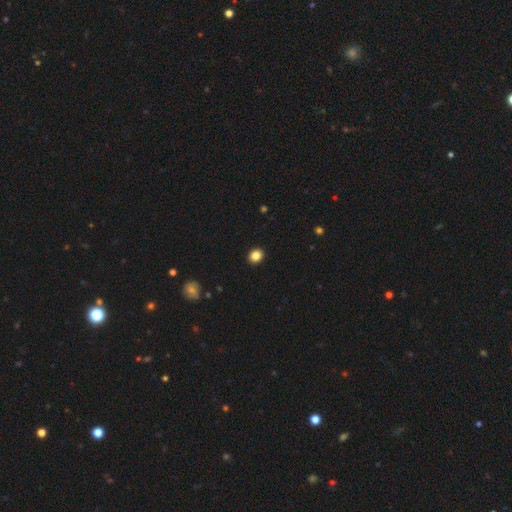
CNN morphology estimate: Smooth or featured? Predicted: smooth (p=0.85). How rounded? Predicted: round (p=0.55). Merging? Predicted: none (p=0.92).